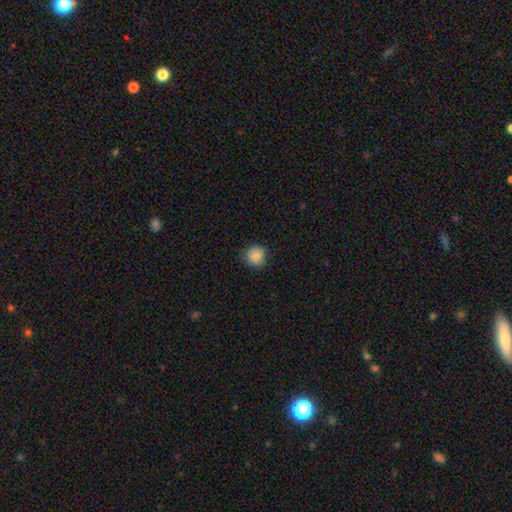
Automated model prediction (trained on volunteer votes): This is clearly a smooth galaxy (87%). How rounded: clearly round (90%). Merging: clearly none (85%).